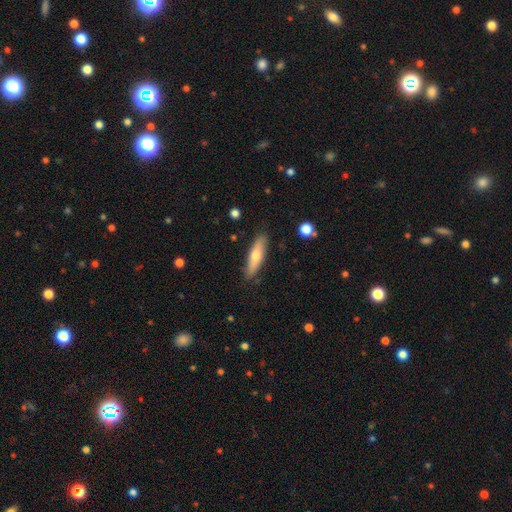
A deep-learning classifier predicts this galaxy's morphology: This appears to be a smooth galaxy with no disk features (62%) that is cigar-shaped (67%). Merging: none (86%).